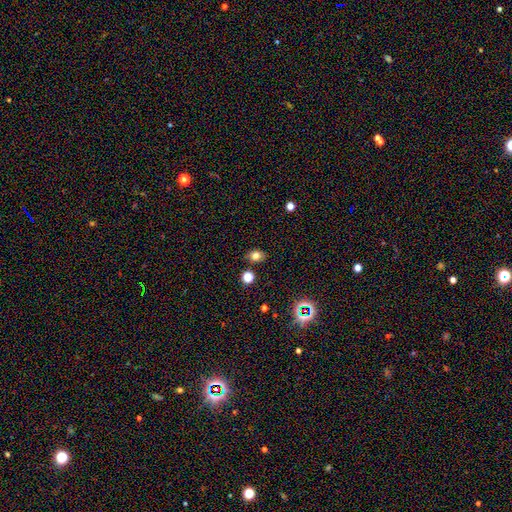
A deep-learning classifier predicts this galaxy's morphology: This is likely a smooth galaxy (75%). How rounded: likely in between (61%). Merging: clearly none (83%).